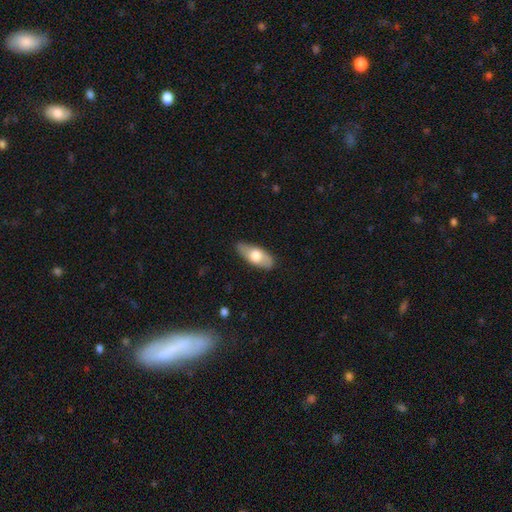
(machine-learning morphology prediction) A smooth galaxy with no disk features (60%) that is in between round and cigar-shaped (81%).

Vote fractions:
- Smooth or featured? smooth: 60% / featured or disk: 35% / star or artifact: 5%
- How rounded? in between: 81% / cigar-shaped: 16% / round: 3%
- Merging? none: 83% / minor disturbance: 13% / major disturbance: 3% / merger: 1%